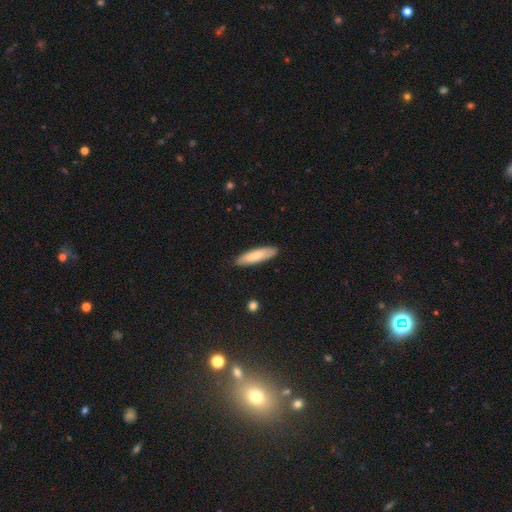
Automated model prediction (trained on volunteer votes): This is clearly a smooth galaxy (80%). How rounded: likely cigar-shaped (68%). Merging: clearly none (88%).